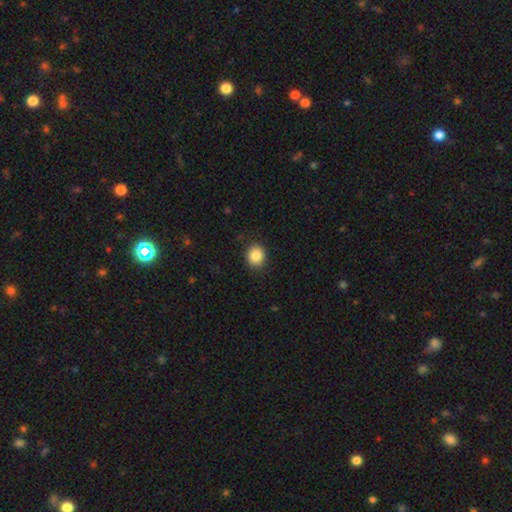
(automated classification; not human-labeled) Smooth or featured? Predicted: smooth (p=0.86). How rounded? Predicted: round (p=0.78). Merging? Predicted: none (p=0.89).